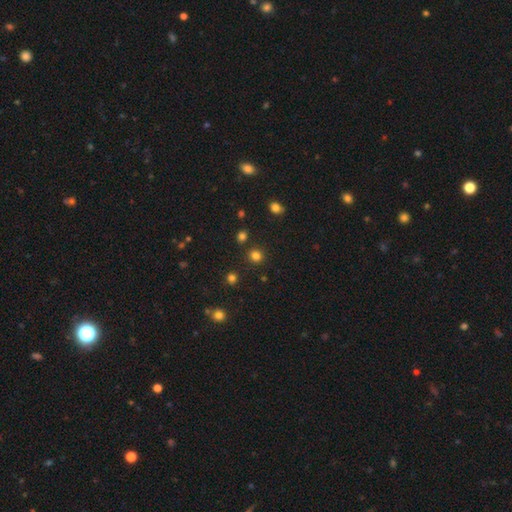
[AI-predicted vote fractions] This is likely a smooth galaxy (79%). How rounded: clearly round (89%). Merging: clearly none (87%).